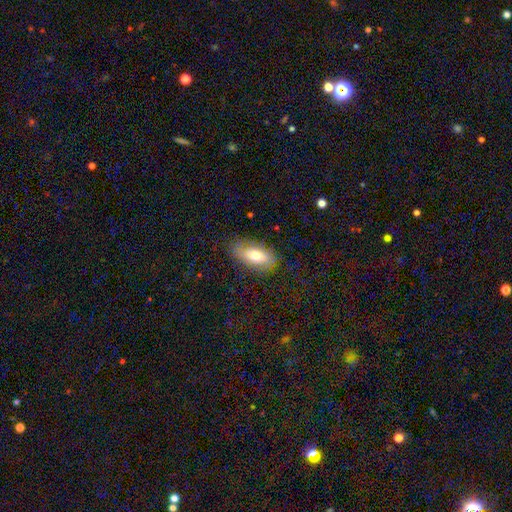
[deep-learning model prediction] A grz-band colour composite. It shows a smooth galaxy with no disk features (67%) that is in between round and cigar-shaped (88%). Merging: none (77%).